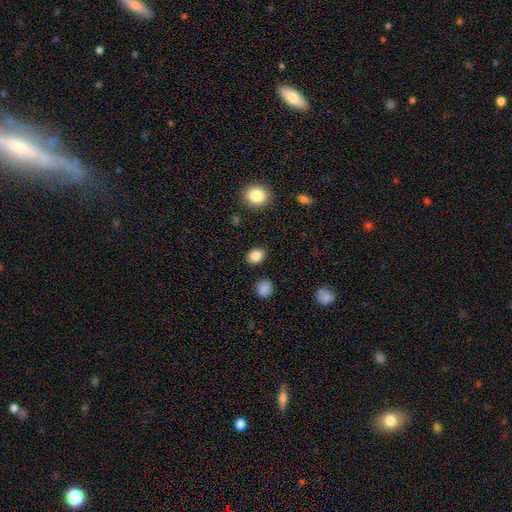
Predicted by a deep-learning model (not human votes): Smooth or featured: smooth — 85% (star or artifact — 10%)
How rounded: in between — 64% (round — 35%)
Merging: none — 87% (minor disturbance — 8%)